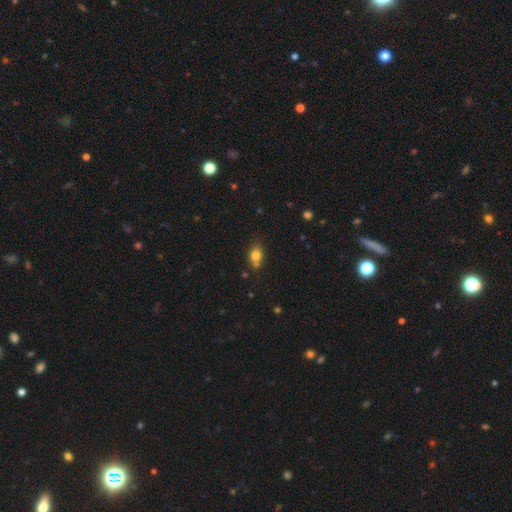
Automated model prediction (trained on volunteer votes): Smooth or featured?
  - smooth: 79% *
  - star or artifact: 11%
  - featured or disk: 10%
How rounded?
  - in between: 58% *
  - round: 40%
  - cigar-shaped: 2%
Merging?
  - none: 59% *
  - minor disturbance: 20%
  - merger: 16%
  - major disturbance: 5%